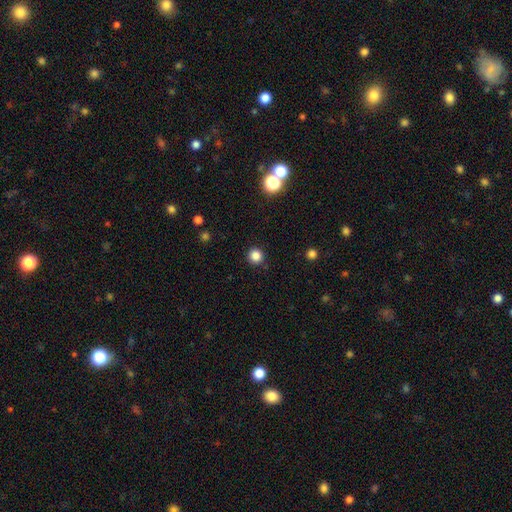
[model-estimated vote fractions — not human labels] Smooth or featured: smooth — 84% (star or artifact — 13%)
How rounded: round — 95% (in between — 5%)
Merging: none — 91% (minor disturbance — 6%)